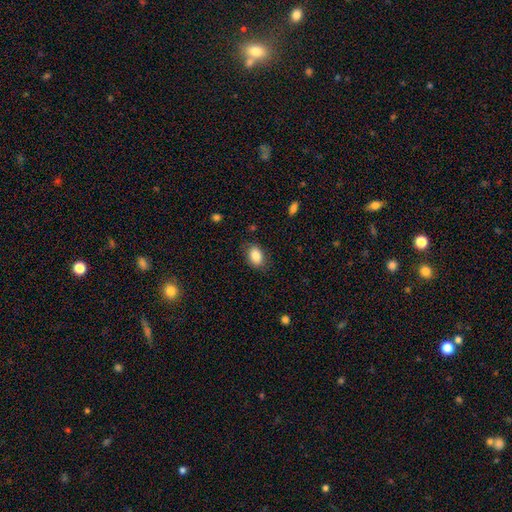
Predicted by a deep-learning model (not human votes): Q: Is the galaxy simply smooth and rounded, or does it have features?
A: smooth — 86%.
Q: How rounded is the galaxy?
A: in between — 81%.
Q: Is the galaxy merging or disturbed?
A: none — 81%.